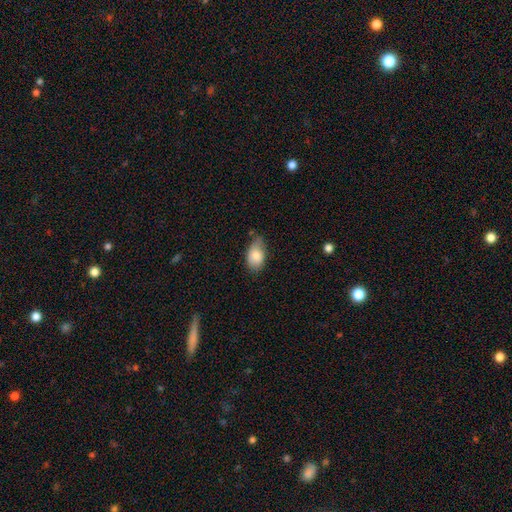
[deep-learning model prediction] Smooth or featured? smooth (81%)
How rounded? in between (89%)
Merging? none (53%)